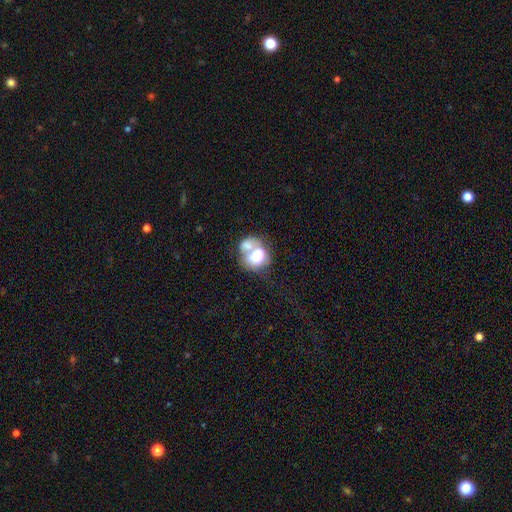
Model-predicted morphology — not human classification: smooth 63%, featured or disk 29%, star or artifact 8%. Down the decision tree: how rounded — round (53%); merging — merger (66%).